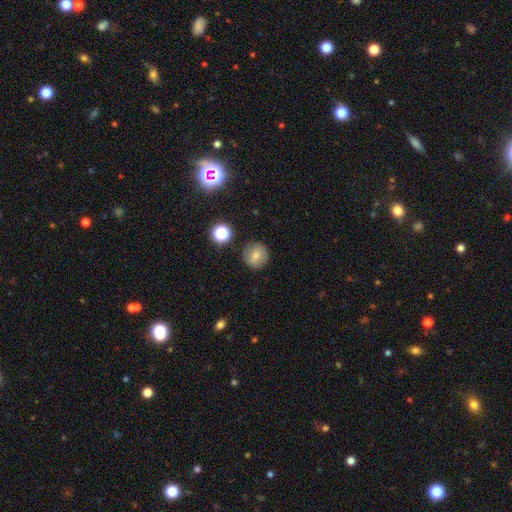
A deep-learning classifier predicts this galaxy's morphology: type=smooth (77%); roundness=round (92%); merging=none (87%).